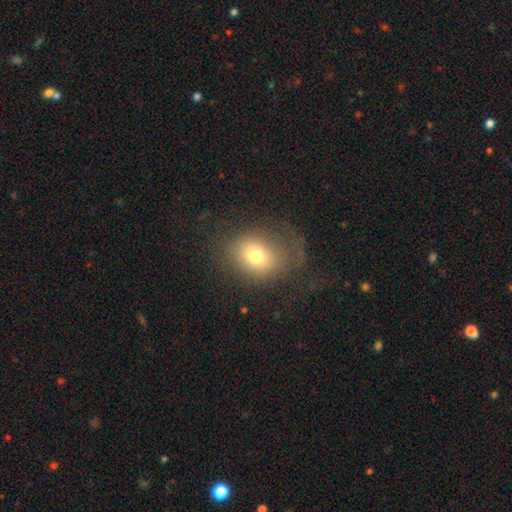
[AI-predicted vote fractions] Smooth or featured? smooth (70%)
How rounded? round (54%)
Merging? none (53%)